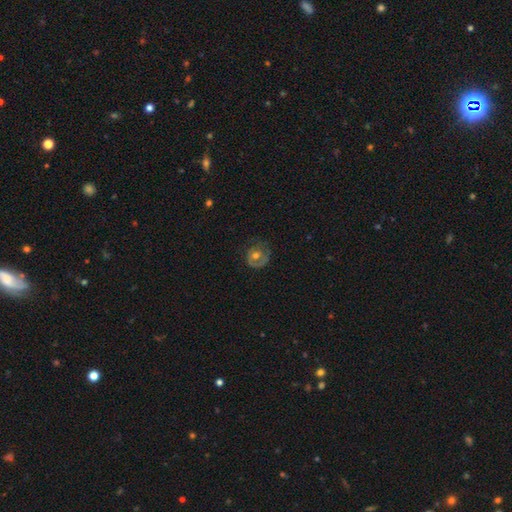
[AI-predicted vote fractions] Smooth or featured: featured or disk — 54% (smooth — 37%)
Edge-on disk: no — 97% (yes — 3%)
Bar: no — 80% (weak — 16%)
Spiral arms: yes — 50% (tied with no — 50%)
Bulge size: moderate — 71% (small — 18%)
Merging: none — 64% (minor disturbance — 21%)